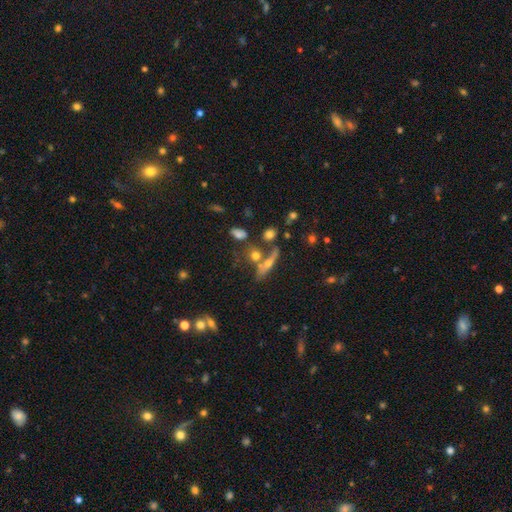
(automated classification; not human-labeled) smooth-or-featured: star or artifact: 41% | smooth: 30% | featured or disk: 29%